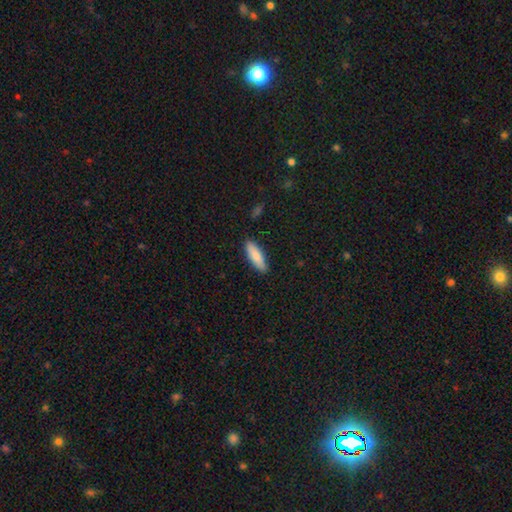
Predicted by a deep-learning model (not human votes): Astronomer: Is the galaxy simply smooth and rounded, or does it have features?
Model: smooth — 83%.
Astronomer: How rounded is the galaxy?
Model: cigar-shaped — 56% (runner-up: in between, 42%).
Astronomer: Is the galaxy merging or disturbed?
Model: none — 88%.